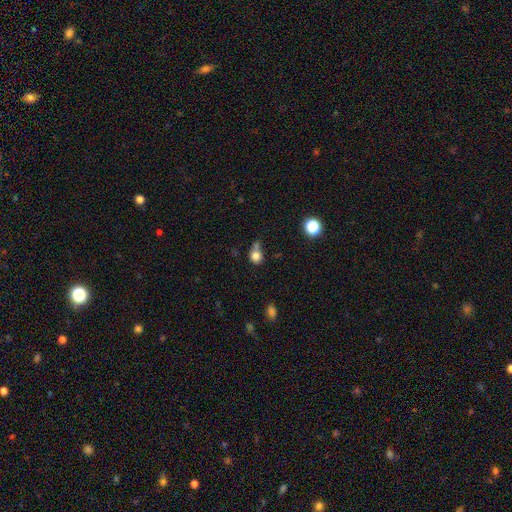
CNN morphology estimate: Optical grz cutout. It shows a smooth galaxy with no disk features (80%) that is round (82%). Merging: none (48%).